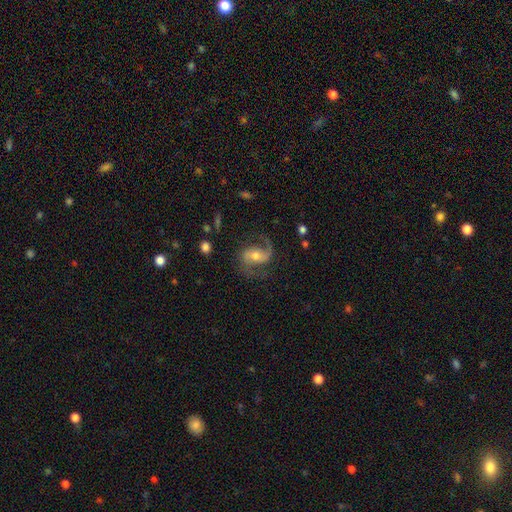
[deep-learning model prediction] This appears to be a featured or disk galaxy (86%) with a weak bar (38%, tied with no), 2 (90%) medium (46%) spiral arms (96%) and a moderate central bulge (58%). Merging: none (74%).